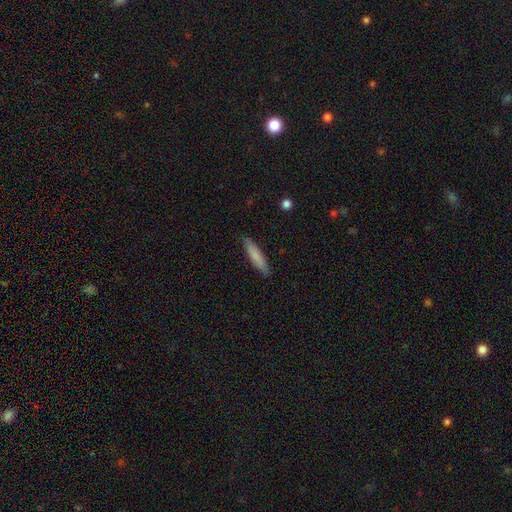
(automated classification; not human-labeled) Smooth or featured: smooth — 80% (featured or disk — 15%)
How rounded: cigar-shaped — 87% (in between — 12%)
Merging: none — 87% (minor disturbance — 10%)